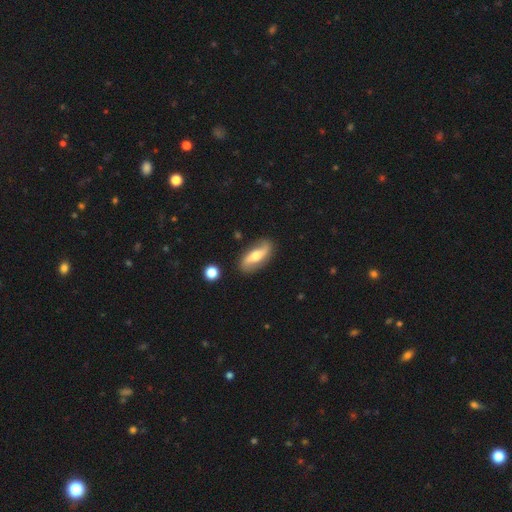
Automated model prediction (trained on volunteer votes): A featured or disk galaxy (61%).

Vote fractions:
- Smooth or featured? featured or disk: 61% / smooth: 33% / star or artifact: 6%
- Edge-on disk? no: 80% / yes: 20%
- Merging? none: 82% / minor disturbance: 13% / major disturbance: 3% / merger: 2%